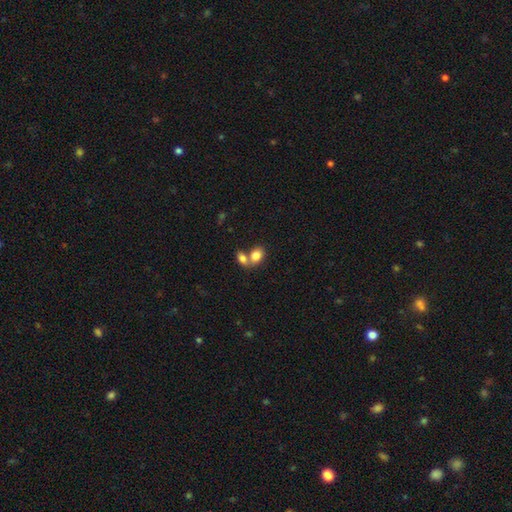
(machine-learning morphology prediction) smooth 81%, featured or disk 10%, star or artifact 9%. Down the decision tree: how rounded — in between (66%); merging — merger (60%).